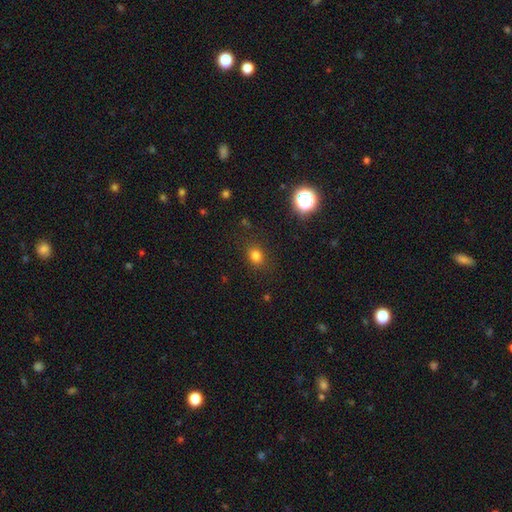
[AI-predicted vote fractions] Smooth or featured? smooth (78%)
How rounded? round (56%)
Merging? none (85%)